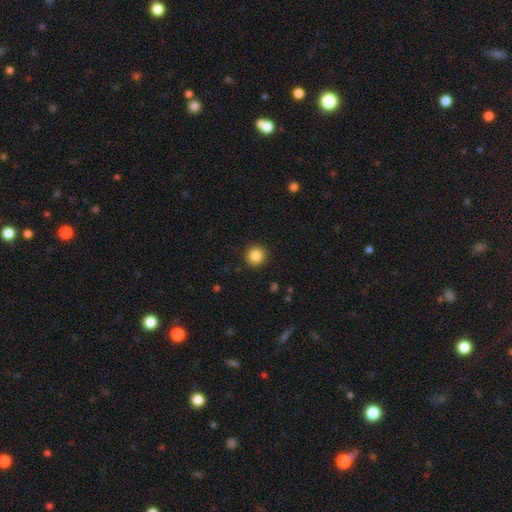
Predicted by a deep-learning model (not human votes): Q: Smooth or featured?
A: smooth (86%); runner-up: star or artifact (10%)
Q: How rounded?
A: round (95%); runner-up: in between (4%)
Q: Merging?
A: none (92%); runner-up: minor disturbance (5%)